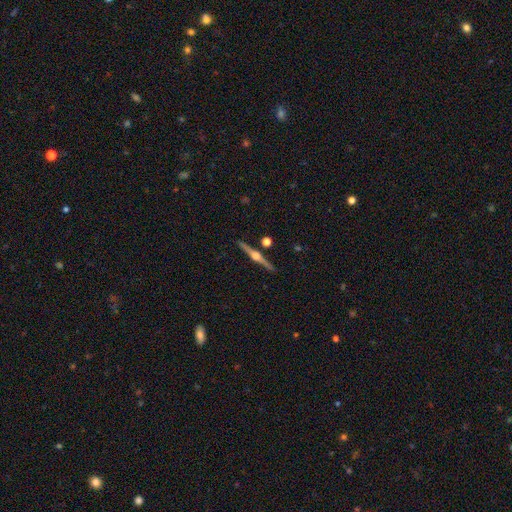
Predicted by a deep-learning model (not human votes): Q: Smooth or featured?
A: featured or disk (84%); runner-up: smooth (11%)
Q: Edge-on disk?
A: yes (99%); runner-up: no (1%)
Q: Edge-on bulge?
A: rounded (94%); runner-up: boxy (4%)
Q: Merging?
A: none (90%); runner-up: minor disturbance (6%)